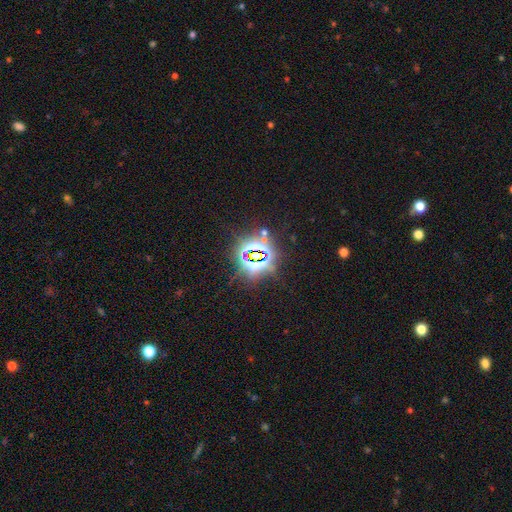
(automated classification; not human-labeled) A star or artifact, not a galaxy (81%).

Vote fractions:
- Smooth or featured? star or artifact: 81% / smooth: 11% / featured or disk: 8%